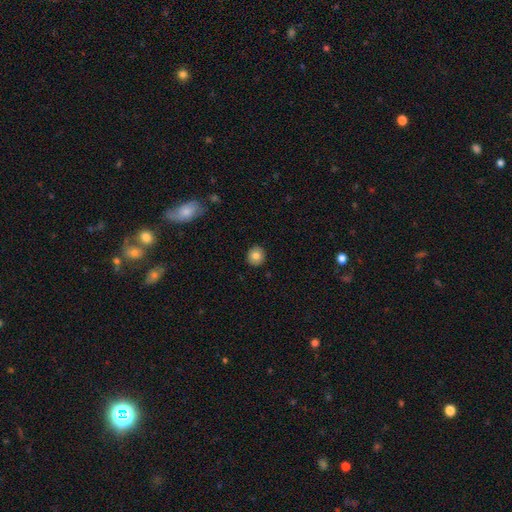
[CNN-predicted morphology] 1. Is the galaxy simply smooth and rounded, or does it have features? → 81% smooth, 10% featured or disk, 9% star or artifact.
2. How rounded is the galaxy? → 90% round, 9% in between, 1% cigar-shaped.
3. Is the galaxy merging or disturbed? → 91% none, 6% minor disturbance, 2% major disturbance, 1% merger.